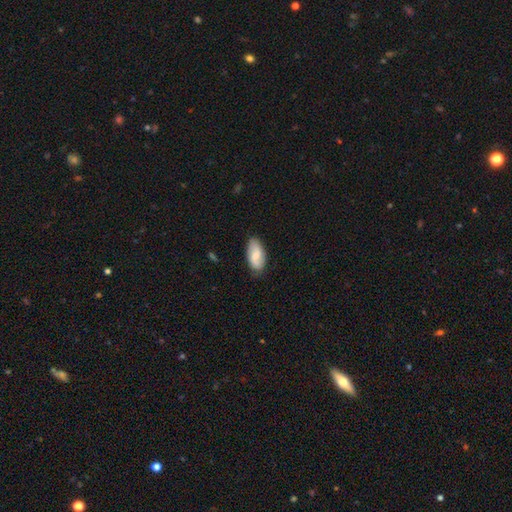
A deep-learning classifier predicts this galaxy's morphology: Q: Smooth or featured?
A: smooth (66%); runner-up: featured or disk (27%)
Q: How rounded?
A: in between (92%); runner-up: cigar-shaped (5%)
Q: Merging?
A: none (79%); runner-up: minor disturbance (17%)